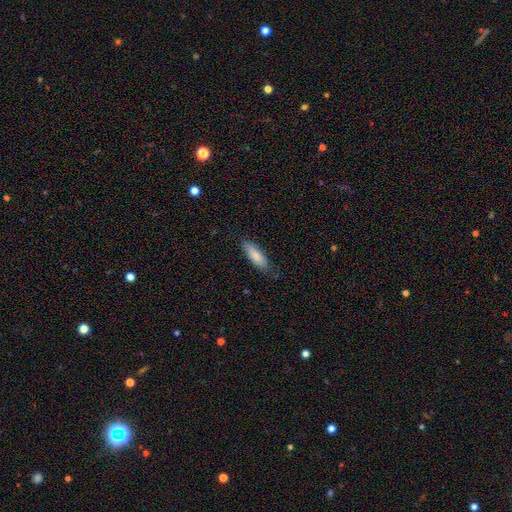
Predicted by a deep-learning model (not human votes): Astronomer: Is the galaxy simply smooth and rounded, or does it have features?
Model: smooth — 83%.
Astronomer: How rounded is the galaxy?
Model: in between — 54% (runner-up: cigar-shaped, 45%).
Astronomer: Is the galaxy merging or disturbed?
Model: none — 74%.